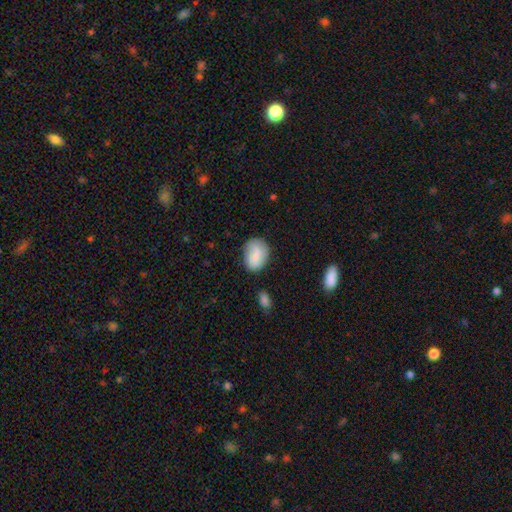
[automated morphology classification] Overall: smooth (69%). How rounded: in between (72%). Merging: none (69%).